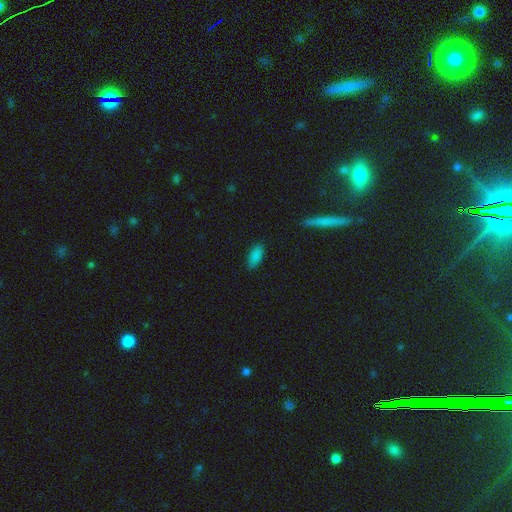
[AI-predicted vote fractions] A smooth galaxy with no disk features (86%) that is in between round and cigar-shaped (83%).

Vote fractions:
- Smooth or featured? smooth: 86% / star or artifact: 9% / featured or disk: 5%
- How rounded? in between: 83% / cigar-shaped: 14% / round: 2%
- Merging? none: 86% / minor disturbance: 11% / major disturbance: 2% / merger: 1%